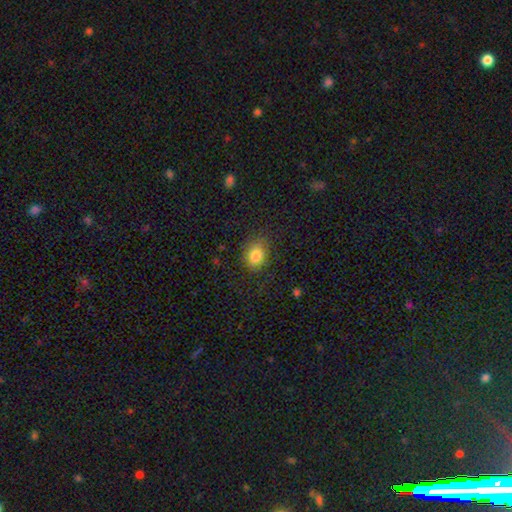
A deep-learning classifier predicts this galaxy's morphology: type=smooth (83%); roundness=in between (55%); merging=none (79%).